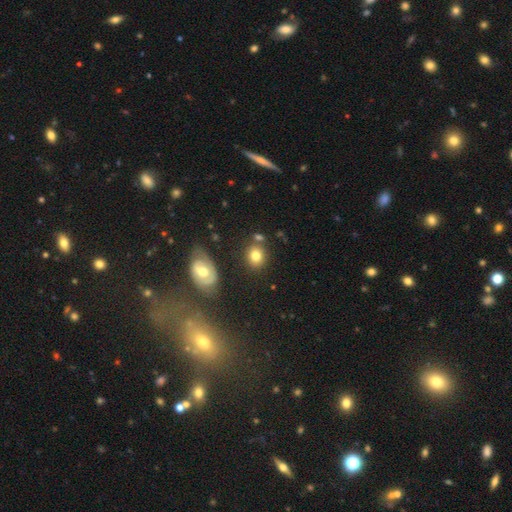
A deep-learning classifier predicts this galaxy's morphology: smooth_or_featured: smooth (p=0.78) [alt: featured or disk p=0.12]
how_rounded: round (p=0.62) [alt: in between p=0.37]
merging: none (p=0.74) [alt: minor disturbance p=0.12]